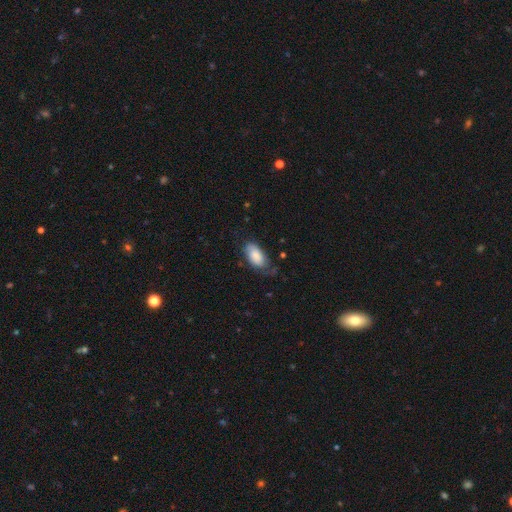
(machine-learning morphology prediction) smooth_or_featured: smooth (p=0.75) [alt: featured or disk p=0.18]
how_rounded: in between (p=0.94) [alt: round p=0.03]
merging: none (p=0.53) [alt: minor disturbance p=0.32]